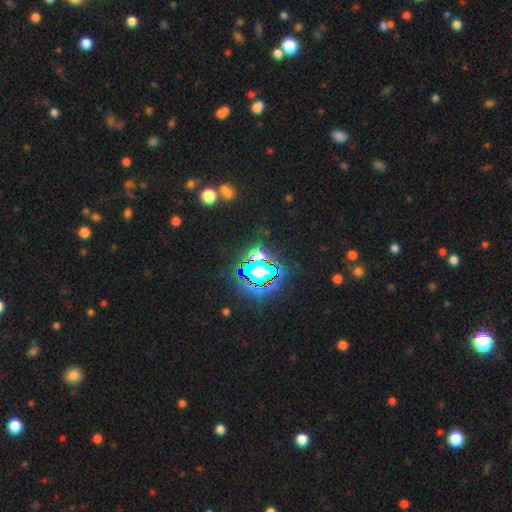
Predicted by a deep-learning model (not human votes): This appears to be a star or artifact, not a galaxy (81%).